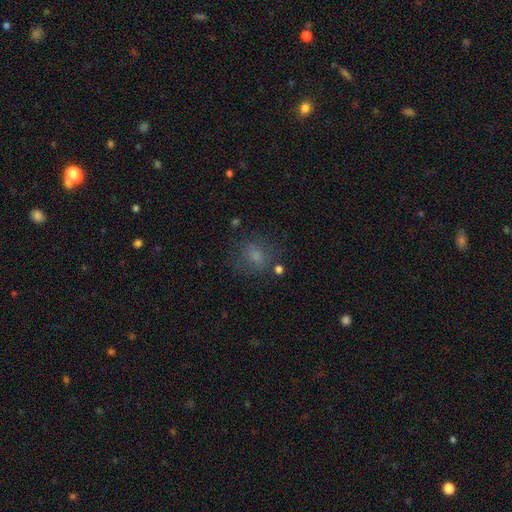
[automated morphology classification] This is likely a smooth galaxy (69%). How rounded: likely round (70%). Merging: likely none (66%).